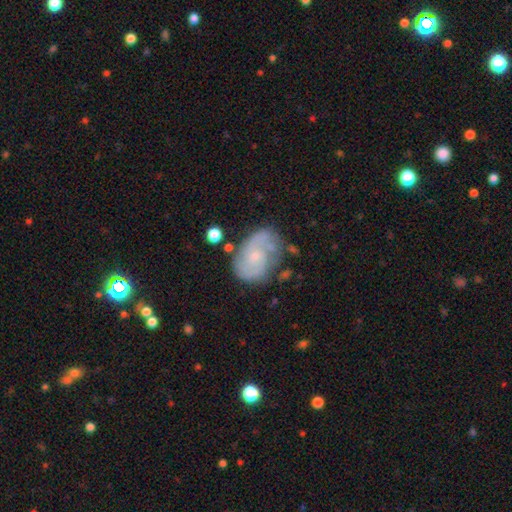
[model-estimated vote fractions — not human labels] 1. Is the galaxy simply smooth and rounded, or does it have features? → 72% featured or disk, 21% smooth, 7% star or artifact.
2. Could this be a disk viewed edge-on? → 97% no, 3% yes.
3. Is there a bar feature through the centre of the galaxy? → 73% no, 24% weak, 3% strong.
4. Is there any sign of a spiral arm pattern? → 89% yes, 11% no.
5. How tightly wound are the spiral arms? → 42% tight, 40% medium, 18% loose.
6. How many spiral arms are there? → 54% 2, 25% can't tell, 10% 3, 6% 1, 3% 4, 3% more than 4.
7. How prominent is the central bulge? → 76% small, 18% moderate, 5% none, 1% large, 1% dominant.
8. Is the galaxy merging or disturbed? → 60% none, 25% minor disturbance, 10% major disturbance, 5% merger.